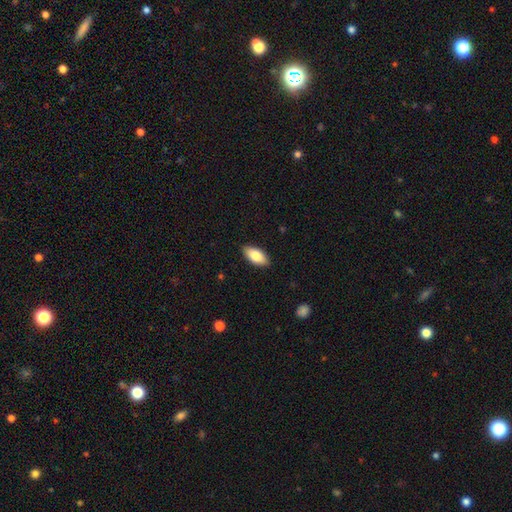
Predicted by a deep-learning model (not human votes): The model was most divided on "smooth or featured": smooth: 82%, featured or disk: 12%, star or artifact: 6%. More confident: how rounded — in between (89%); merging — none (88%).